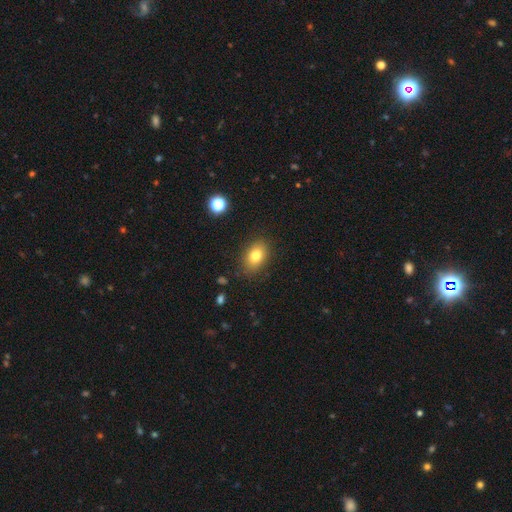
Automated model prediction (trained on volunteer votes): A smooth galaxy with no disk features (79%) that is in between round and cigar-shaped (80%).

Vote fractions:
- Smooth or featured? smooth: 79% / featured or disk: 11% / star or artifact: 10%
- How rounded? in between: 80% / round: 19% / cigar-shaped: 1%
- Merging? none: 85% / minor disturbance: 11% / major disturbance: 3% / merger: 1%